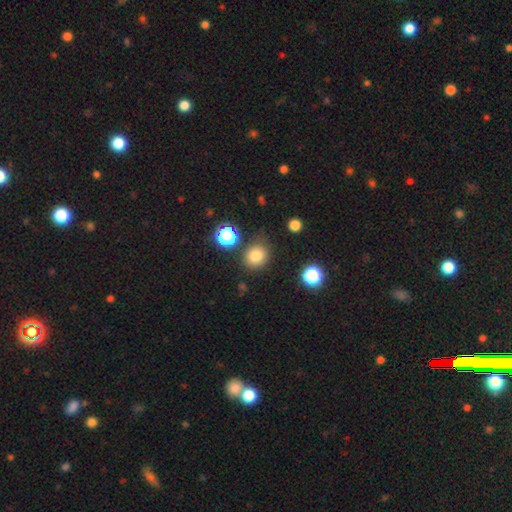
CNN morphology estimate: smooth-or-featured: smooth: 79% | star or artifact: 14% | featured or disk: 7%
  how-rounded: round: 76% | in between: 23% | cigar-shaped: 1%
  merging: none: 78% | minor disturbance: 13% | merger: 5% | major disturbance: 4%